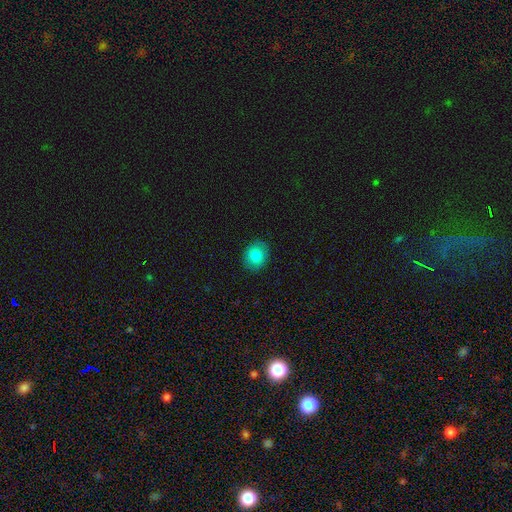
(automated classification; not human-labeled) Overall: smooth (81%). How rounded: round (65%; in between 35%). Merging: none (89%).